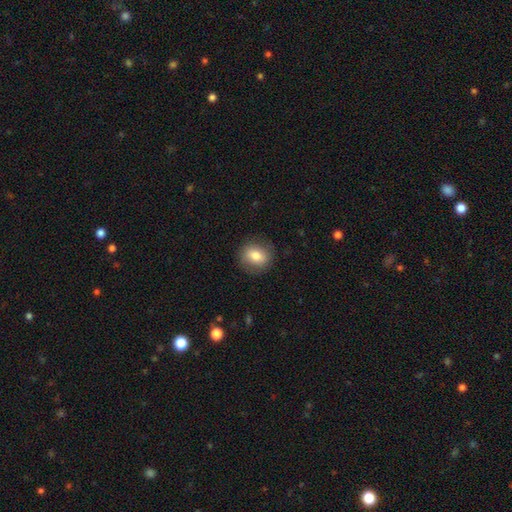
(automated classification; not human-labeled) Morphology: type=smooth (74%); roundness=round (67%); merging=none (84%).